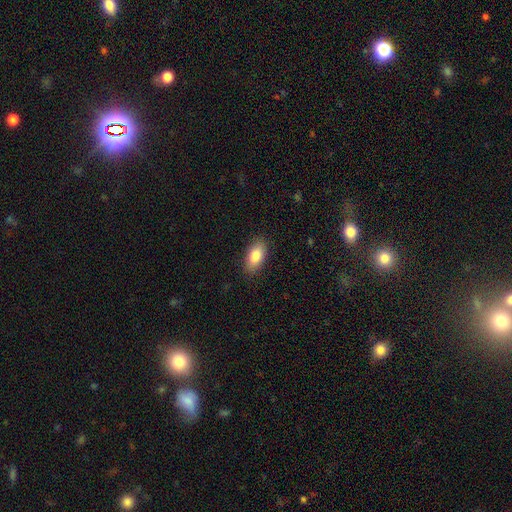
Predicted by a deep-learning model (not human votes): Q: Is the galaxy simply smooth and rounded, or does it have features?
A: smooth — 84%.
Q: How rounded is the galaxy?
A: in between — 91%.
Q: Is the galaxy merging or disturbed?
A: none — 87%.